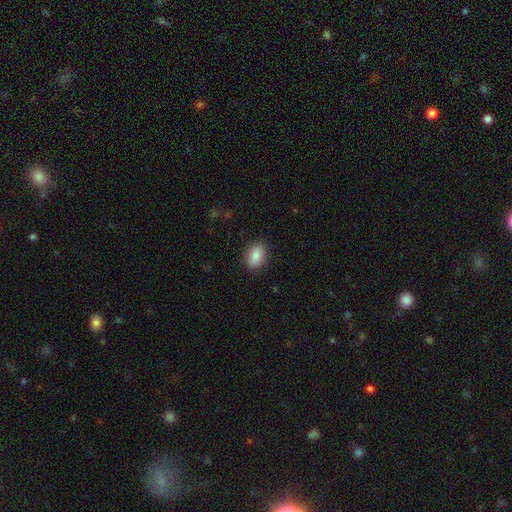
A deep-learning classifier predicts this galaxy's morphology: Overall: smooth (86%). How rounded: in between (81%). Merging: none (88%).